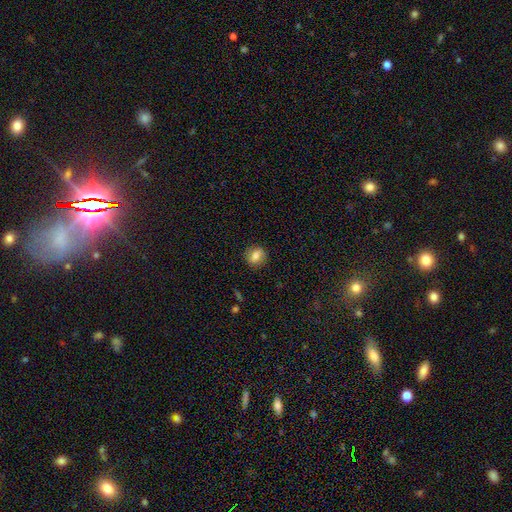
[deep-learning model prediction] A smooth galaxy with no disk features (72%) that is round (69%).

Vote fractions:
- Smooth or featured? smooth: 72% / featured or disk: 19% / star or artifact: 10%
- How rounded? round: 69% / in between: 29% / cigar-shaped: 2%
- Merging? none: 88% / minor disturbance: 9% / major disturbance: 2% / merger: 1%